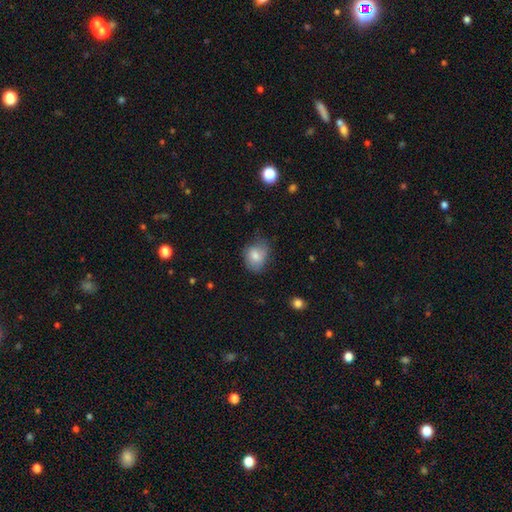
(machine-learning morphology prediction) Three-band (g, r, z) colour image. It shows a smooth galaxy with no disk features (77%) that is in between round and cigar-shaped (56%). Merging: none (57%).